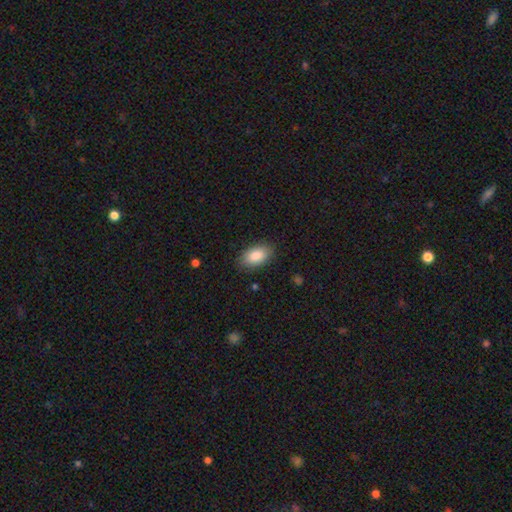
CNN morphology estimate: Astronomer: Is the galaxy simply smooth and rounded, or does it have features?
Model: smooth — 87%.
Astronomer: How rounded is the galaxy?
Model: in between — 93%.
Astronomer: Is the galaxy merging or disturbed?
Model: none — 85%.